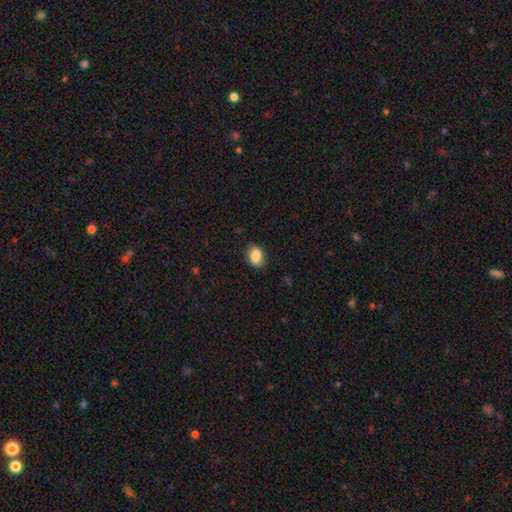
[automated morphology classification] Overall: smooth (86%). How rounded: in between (74%). Merging: none (82%).